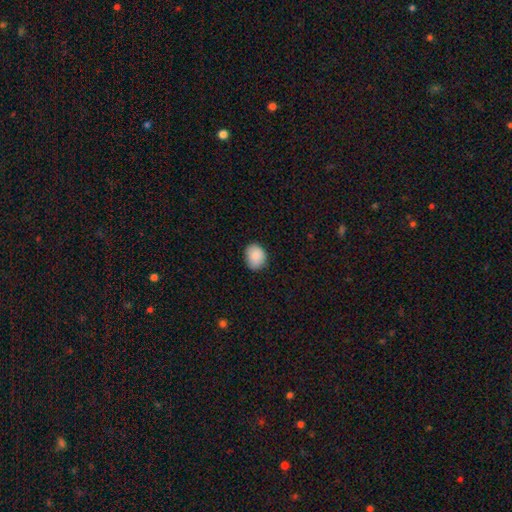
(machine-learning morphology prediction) type=smooth (88%); roundness=round (59%); merging=none (80%).